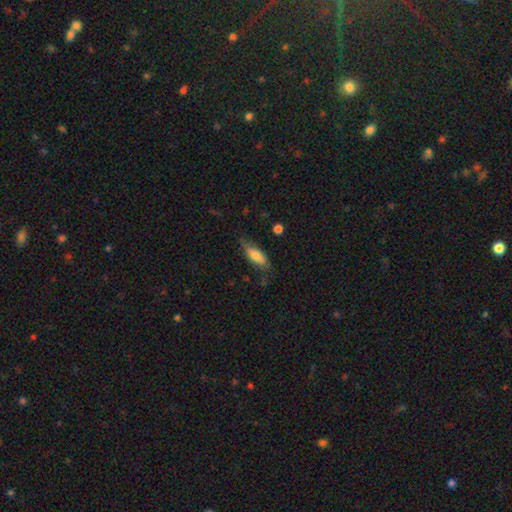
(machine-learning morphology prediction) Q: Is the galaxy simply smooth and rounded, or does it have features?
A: smooth — 70%.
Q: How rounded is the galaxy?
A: in between — 66%.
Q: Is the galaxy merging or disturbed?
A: none — 60%.